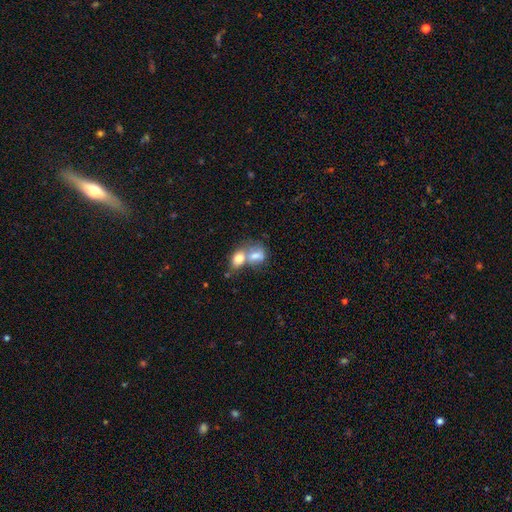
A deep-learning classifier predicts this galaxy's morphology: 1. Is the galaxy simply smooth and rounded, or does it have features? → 73% smooth, 19% featured or disk, 8% star or artifact.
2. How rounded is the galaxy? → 73% in between, 25% round, 2% cigar-shaped.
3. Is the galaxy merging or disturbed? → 72% merger, 17% none, 7% minor disturbance, 5% major disturbance.